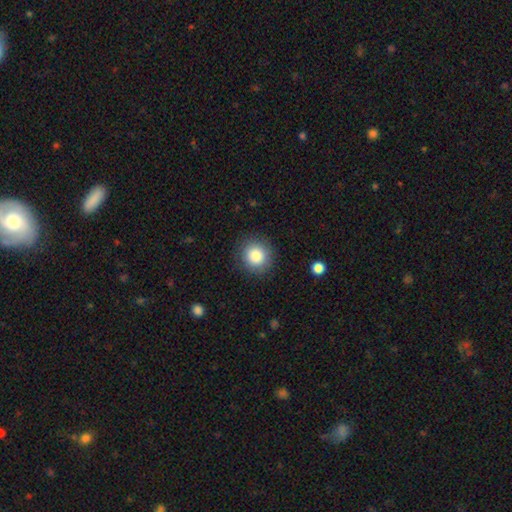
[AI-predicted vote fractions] This appears to be a smooth galaxy with no disk features (85%) that is round (91%). Merging: none (89%).